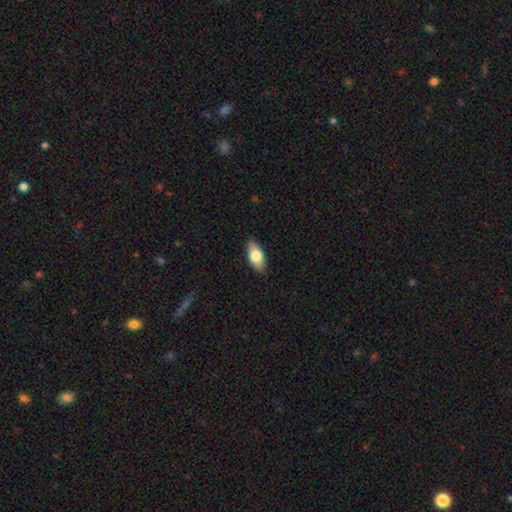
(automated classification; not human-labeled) Smooth or featured: smooth — 73% (featured or disk — 21%)
How rounded: in between — 89% (cigar-shaped — 8%)
Merging: none — 87% (minor disturbance — 10%)